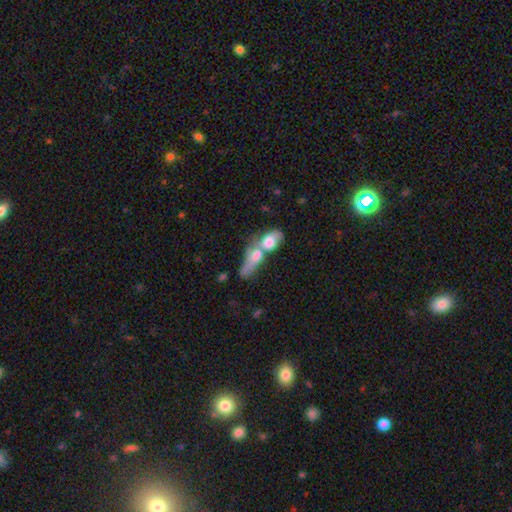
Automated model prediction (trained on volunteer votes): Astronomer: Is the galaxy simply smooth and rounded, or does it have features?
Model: smooth — 61%.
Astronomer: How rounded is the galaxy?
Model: in between — 62%.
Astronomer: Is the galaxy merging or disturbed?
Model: merger — 79%.